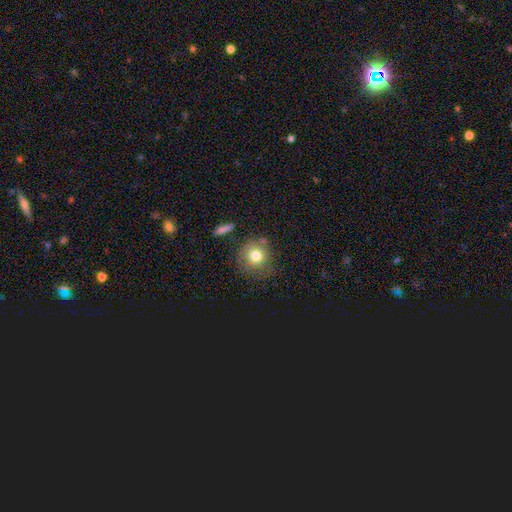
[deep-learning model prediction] Smooth or featured? Predicted: smooth (p=0.77). How rounded? Predicted: round (p=0.90). Merging? Predicted: none (p=0.71).